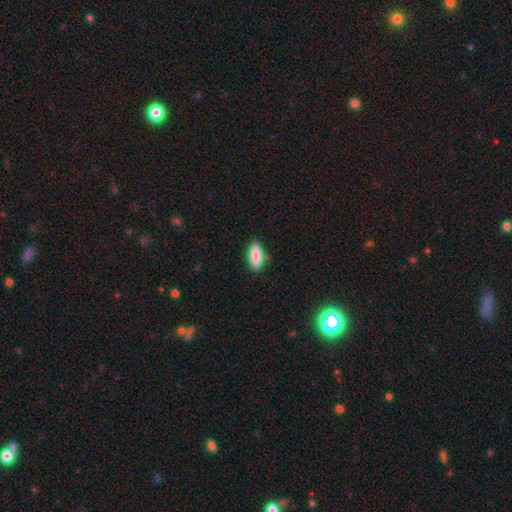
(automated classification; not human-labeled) Overall: smooth (87%). How rounded: in between (72%). Merging: none (82%).